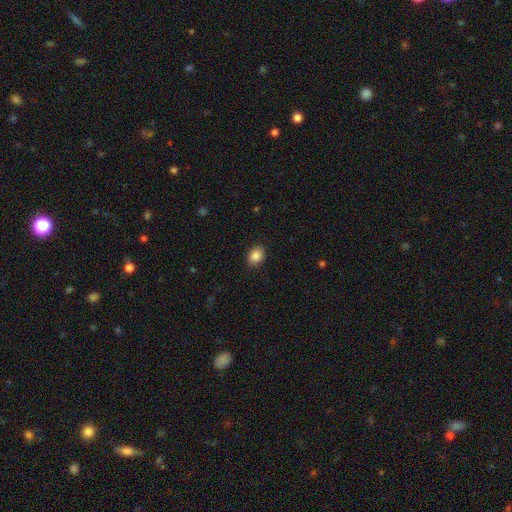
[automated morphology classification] This is clearly a smooth galaxy (87%). How rounded: likely in between (70%). Merging: clearly none (89%).